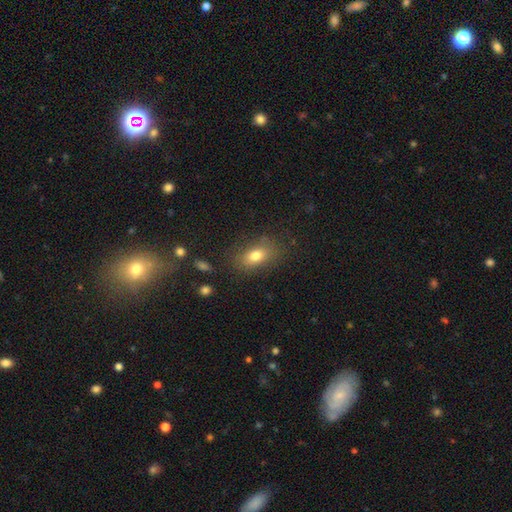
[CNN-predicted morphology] This is likely a smooth galaxy (77%). How rounded: clearly in between (83%). Merging: likely none (77%).